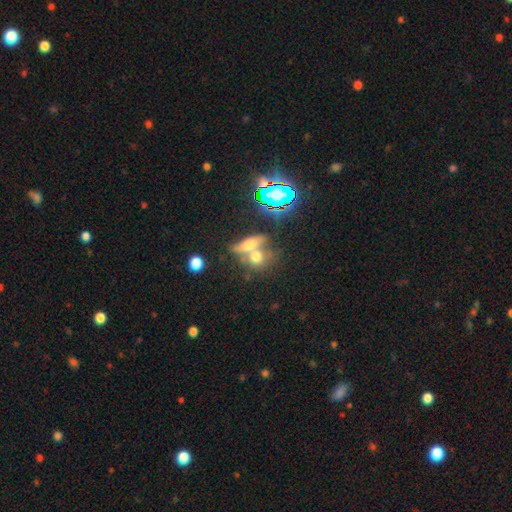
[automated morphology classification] Smooth or featured? smooth (60%)
How rounded? round (53%)
Merging? merger (51%)